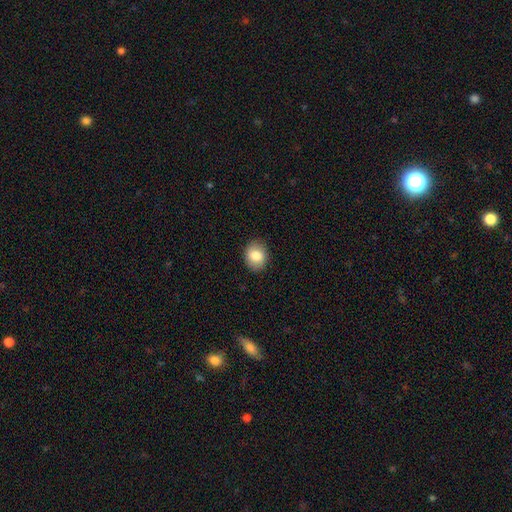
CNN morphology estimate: Smooth or featured?
  - smooth: 83% *
  - featured or disk: 9%
  - star or artifact: 8%
How rounded?
  - in between: 51% *
  - round: 48%
  - cigar-shaped: 1%
Merging?
  - none: 88% *
  - minor disturbance: 9%
  - major disturbance: 2%
  - merger: 1%